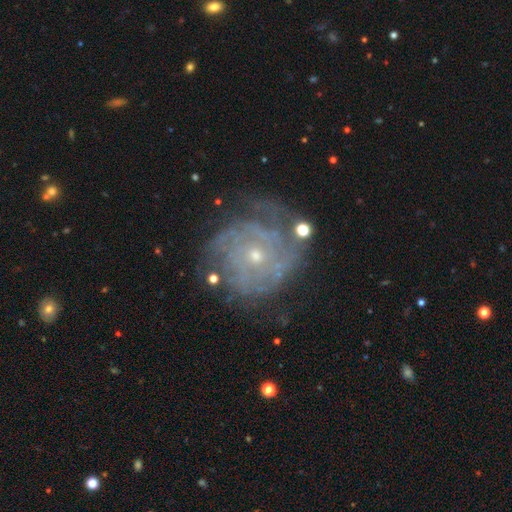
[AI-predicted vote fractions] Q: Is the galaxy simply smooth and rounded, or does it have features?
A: featured or disk — 82%.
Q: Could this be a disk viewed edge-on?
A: no — 97%.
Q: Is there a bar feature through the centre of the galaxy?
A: no — 81%.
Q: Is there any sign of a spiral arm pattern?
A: yes — 90%.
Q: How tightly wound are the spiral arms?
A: tight — 72%.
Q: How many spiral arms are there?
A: can't tell — 42%.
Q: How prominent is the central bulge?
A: small — 71%.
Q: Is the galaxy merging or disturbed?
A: none — 63%.